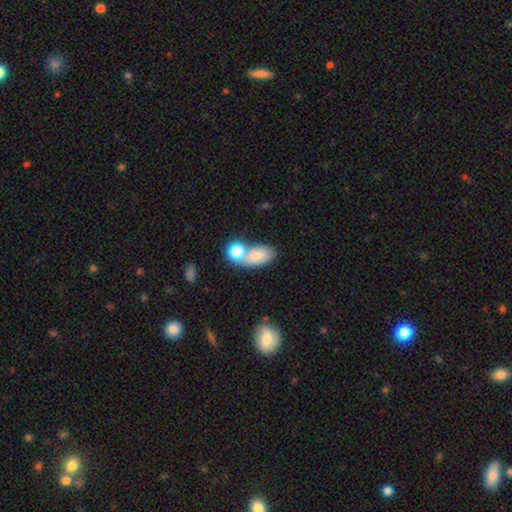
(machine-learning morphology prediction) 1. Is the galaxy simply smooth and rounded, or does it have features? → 76% smooth, 14% featured or disk, 10% star or artifact.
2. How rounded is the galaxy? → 82% in between, 14% round, 4% cigar-shaped.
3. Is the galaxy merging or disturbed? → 45% merger, 35% none, 12% minor disturbance, 8% major disturbance.